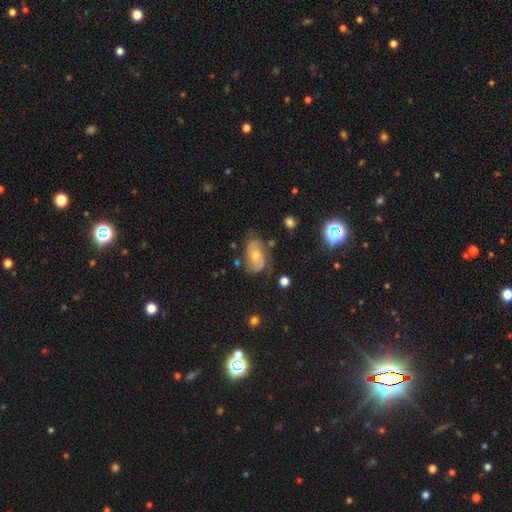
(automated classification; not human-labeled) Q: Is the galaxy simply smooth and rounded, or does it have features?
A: featured or disk — 60%.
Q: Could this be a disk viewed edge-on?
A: no — 95%.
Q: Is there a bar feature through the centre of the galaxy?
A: no — 70%.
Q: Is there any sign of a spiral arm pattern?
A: yes — 83%.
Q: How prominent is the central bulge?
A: moderate — 47%.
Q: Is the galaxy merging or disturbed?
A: none — 53%.